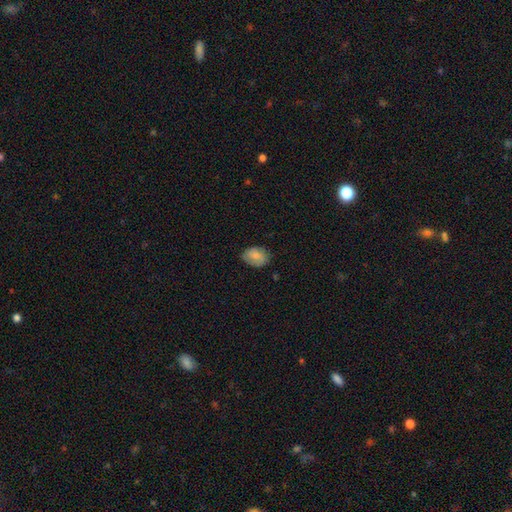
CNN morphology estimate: This appears to be a smooth galaxy with no disk features (78%) that is in between round and cigar-shaped (74%). Merging: none (73%).